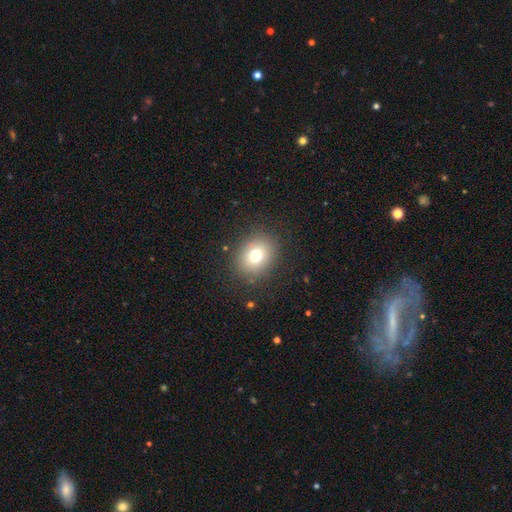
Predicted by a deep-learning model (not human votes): smooth 75%, star or artifact 13%, featured or disk 12%. Down the decision tree: how rounded — round (59%); merging — none (86%).